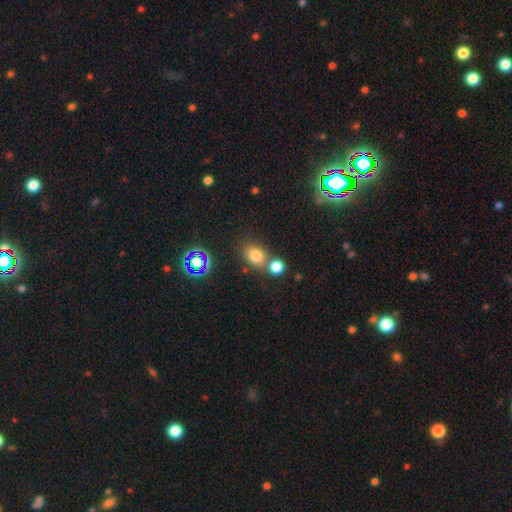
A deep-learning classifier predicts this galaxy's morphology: Smooth or featured? Predicted: smooth (p=0.75). How rounded? Predicted: in between (p=0.59). Merging? Predicted: none (p=0.60).